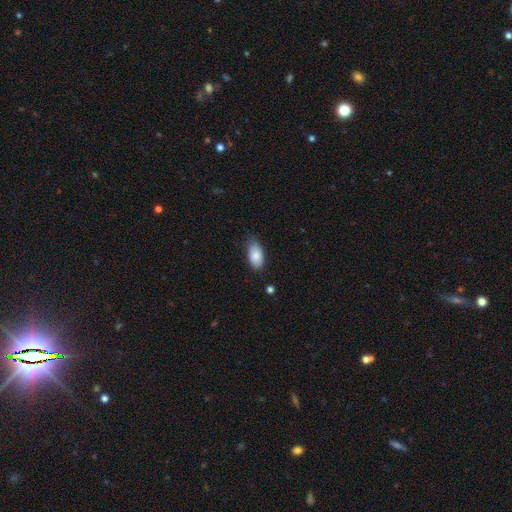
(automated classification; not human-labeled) smooth_or_featured: smooth (p=0.85) [alt: featured or disk p=0.09]
how_rounded: in between (p=0.94) [alt: round p=0.04]
merging: none (p=0.71) [alt: minor disturbance p=0.24]